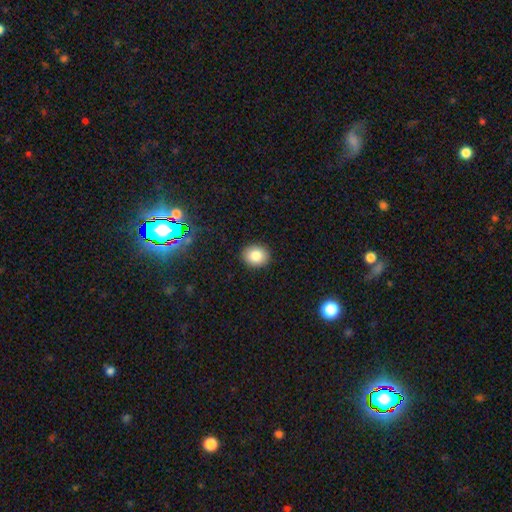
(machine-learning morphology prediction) Smooth or featured? Predicted: smooth (p=0.84). How rounded? Predicted: round (p=0.63). Merging? Predicted: none (p=0.91).